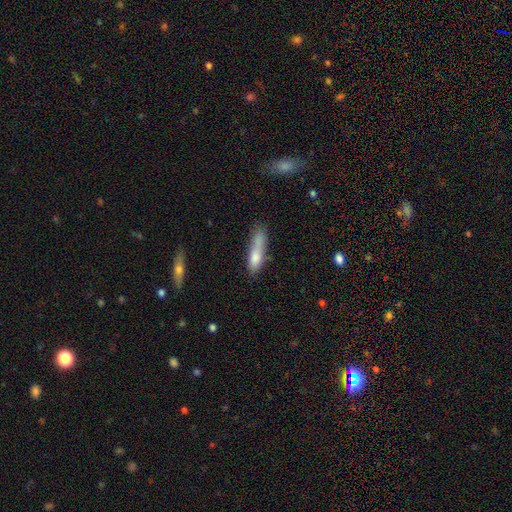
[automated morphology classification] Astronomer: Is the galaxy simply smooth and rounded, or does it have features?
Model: smooth — 74%.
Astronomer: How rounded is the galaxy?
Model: cigar-shaped — 67%.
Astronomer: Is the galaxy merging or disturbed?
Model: none — 44% (runner-up: minor disturbance, 27%).